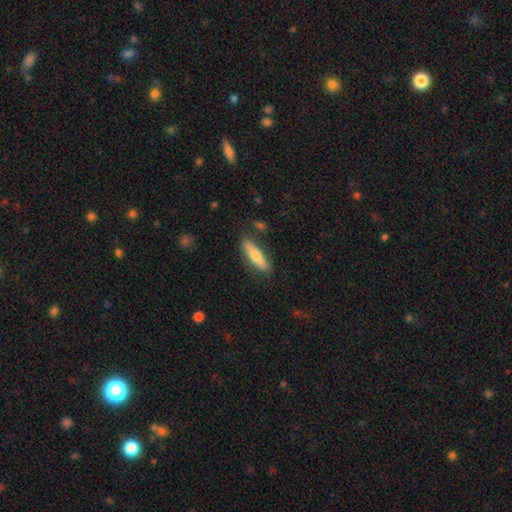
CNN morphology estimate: A smooth galaxy with no disk features (58%) that is cigar-shaped (71%). Merging: none (83%).